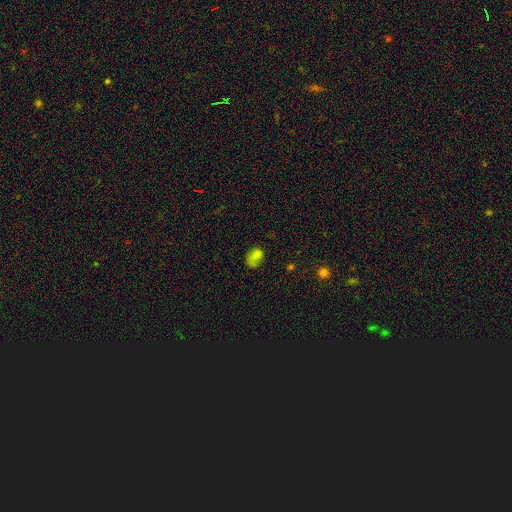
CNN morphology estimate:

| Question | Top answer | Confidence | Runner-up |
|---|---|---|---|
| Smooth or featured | smooth | 69% | star or artifact (17%) |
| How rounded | in between | 72% | round (26%) |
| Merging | none | 45% | minor disturbance (28%) |